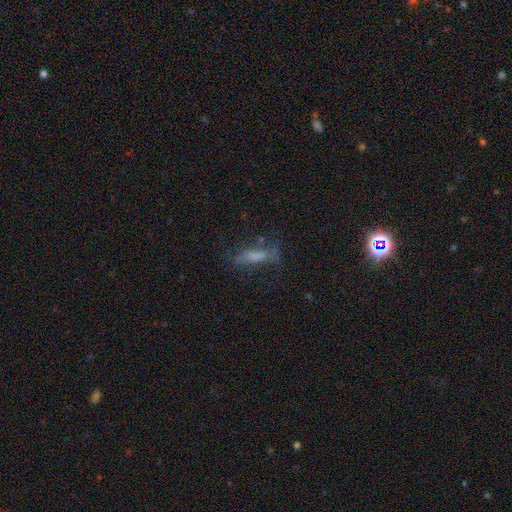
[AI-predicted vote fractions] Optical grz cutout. It shows a smooth galaxy with no disk features (43%). Merging: none (53%).